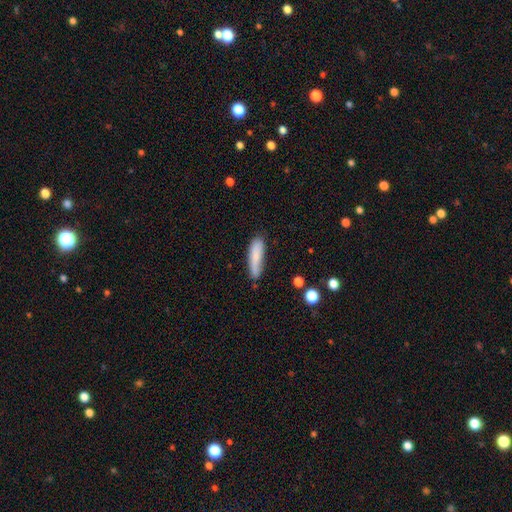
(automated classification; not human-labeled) Overall: smooth (82%). How rounded: cigar-shaped (74%). Merging: none (70%).